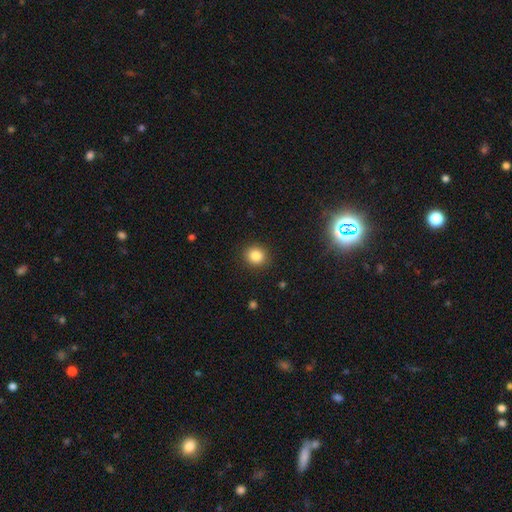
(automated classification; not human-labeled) Smooth or featured: smooth — 84% (star or artifact — 11%)
How rounded: round — 83% (in between — 16%)
Merging: none — 90% (minor disturbance — 7%)